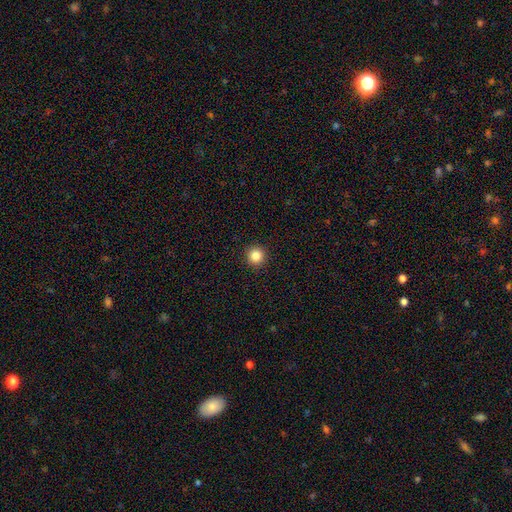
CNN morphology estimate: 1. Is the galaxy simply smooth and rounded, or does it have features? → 85% smooth, 11% star or artifact, 4% featured or disk.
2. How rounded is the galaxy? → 96% round, 3% in between, 1% cigar-shaped.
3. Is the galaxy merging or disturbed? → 94% none, 4% minor disturbance, 1% major disturbance, 1% merger.